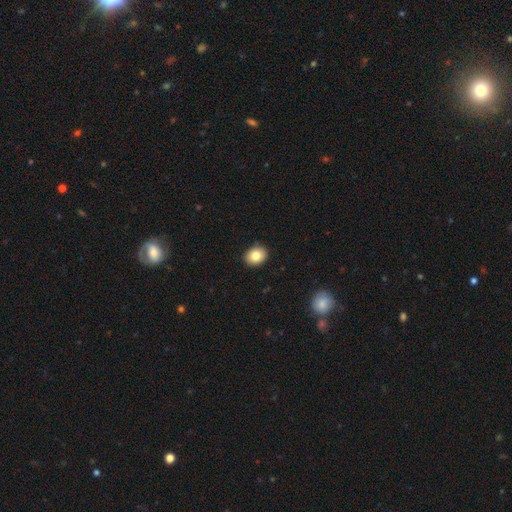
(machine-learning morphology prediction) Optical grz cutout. It shows a smooth galaxy with no disk features (83%) that is in between round and cigar-shaped (56%). Merging: none (89%).